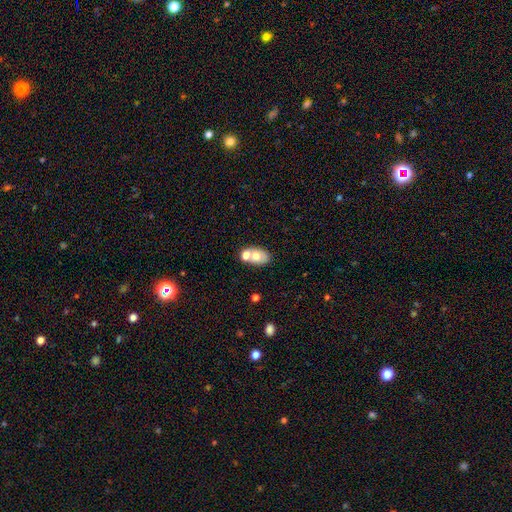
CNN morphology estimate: smooth-or-featured: smooth: 67% | featured or disk: 25% | star or artifact: 9%
  how-rounded: in between: 83% | round: 16% | cigar-shaped: 2%
  merging: none: 47% | merger: 39% | minor disturbance: 11% | major disturbance: 4%